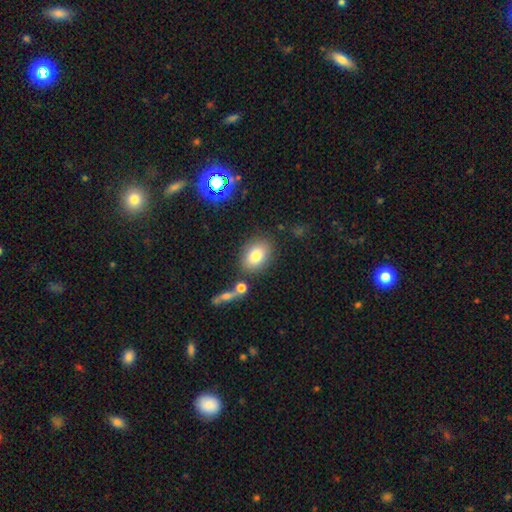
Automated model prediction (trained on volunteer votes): smooth 80%, featured or disk 10%, star or artifact 10%. Down the decision tree: how rounded — in between (72%); merging — none (79%).